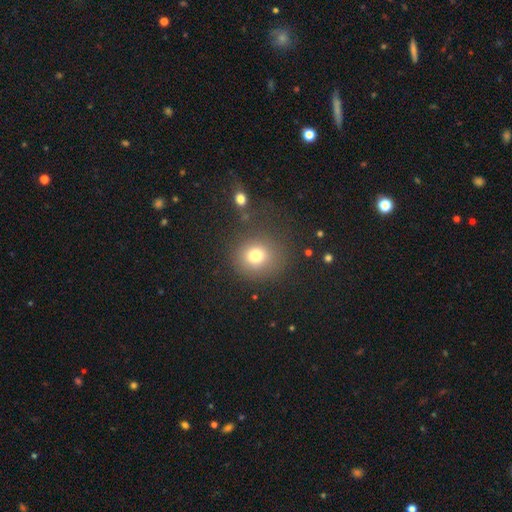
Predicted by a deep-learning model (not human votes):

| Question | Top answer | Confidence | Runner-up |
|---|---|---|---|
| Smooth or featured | smooth | 77% | star or artifact (14%) |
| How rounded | round | 83% | in between (16%) |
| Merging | none | 76% | minor disturbance (12%) |